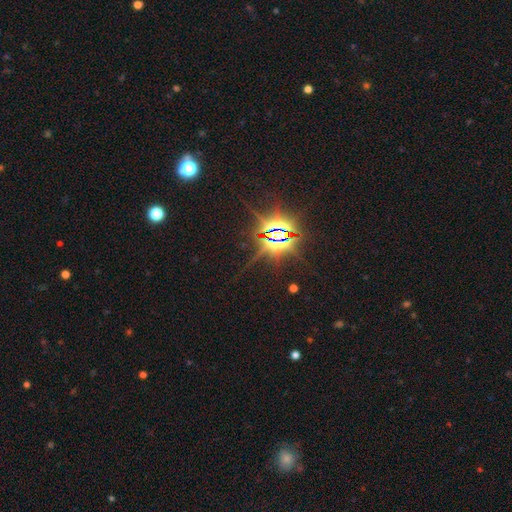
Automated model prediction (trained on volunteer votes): Smooth or featured: star or artifact — 85% (smooth — 10%)